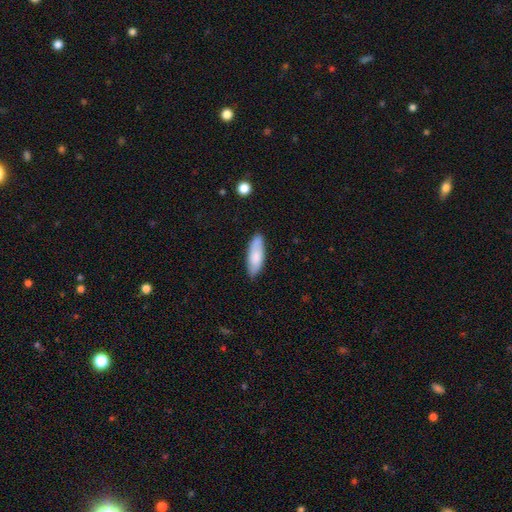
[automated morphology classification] Overall: smooth (79%). How rounded: in between (69%; cigar-shaped 29%). Merging: none (82%).